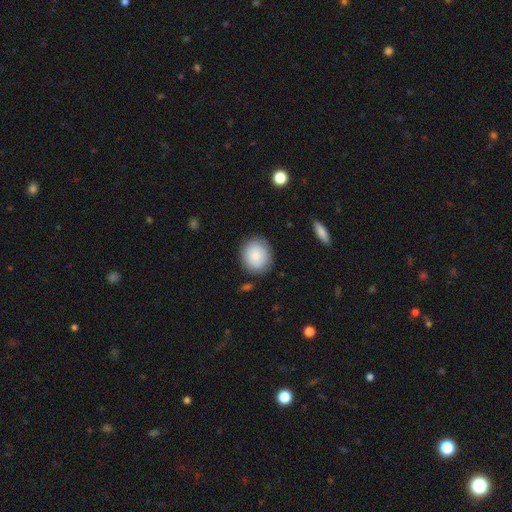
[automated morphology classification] type=smooth (86%); roundness=round (76%); merging=none (84%).